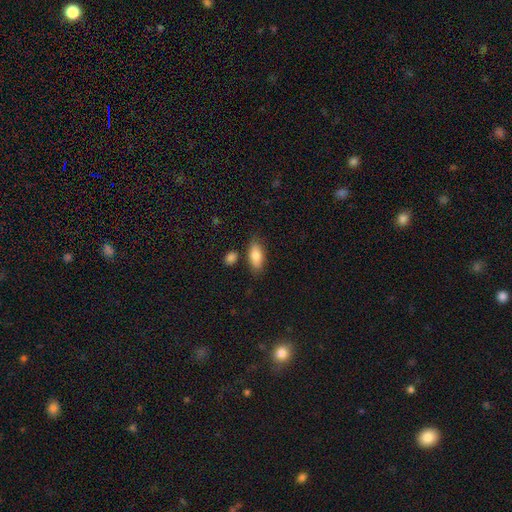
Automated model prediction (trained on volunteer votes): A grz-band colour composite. It shows a smooth galaxy with no disk features (82%) that is in between round and cigar-shaped (87%). Merging: none (78%).